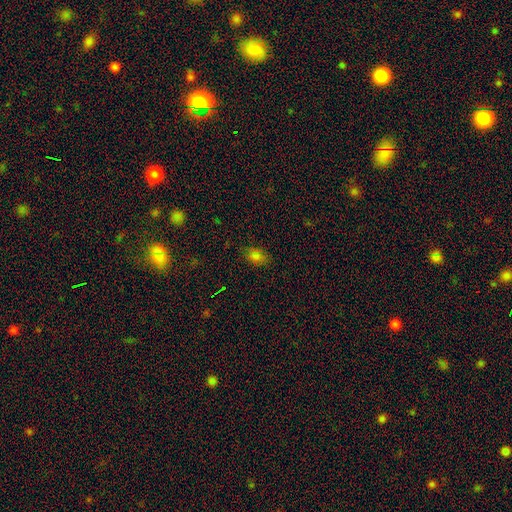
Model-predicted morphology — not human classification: Smooth or featured? Predicted: smooth (p=0.74). How rounded? Predicted: in between (p=0.84). Merging? Predicted: none (p=0.78).